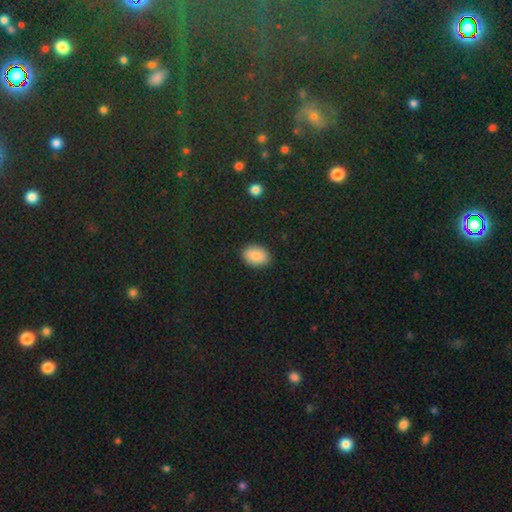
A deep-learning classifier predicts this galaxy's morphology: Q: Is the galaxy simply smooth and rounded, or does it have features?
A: smooth — 87%.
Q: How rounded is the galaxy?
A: in between — 83%.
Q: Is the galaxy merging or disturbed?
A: none — 89%.